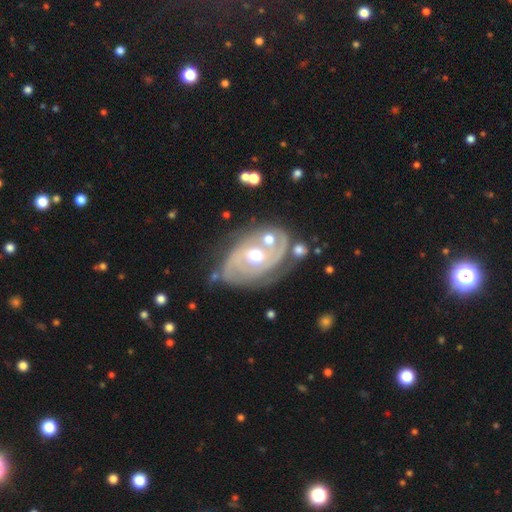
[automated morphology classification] type=featured or disk (84%); edge-on=no (96%); bar=no (70%); spiral arms=yes (86%); winding=tight (52%); arm count=2 (64%); bulge=moderate (78%); merging=none (54%).